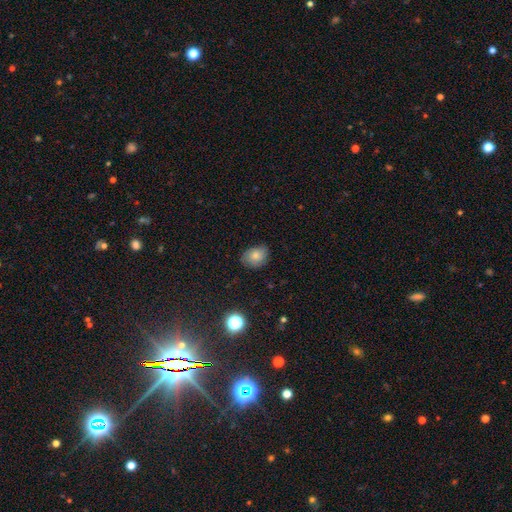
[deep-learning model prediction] Smooth or featured? Predicted: smooth (p=0.78). How rounded? Predicted: in between (p=0.59). Merging? Predicted: none (p=0.73).